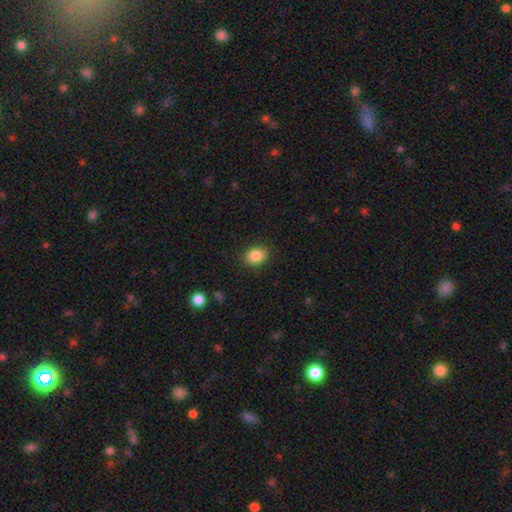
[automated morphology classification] smooth_or_featured: smooth (p=0.86) [alt: star or artifact p=0.09]
how_rounded: in between (p=0.56) [alt: round p=0.43]
merging: none (p=0.89) [alt: minor disturbance p=0.08]